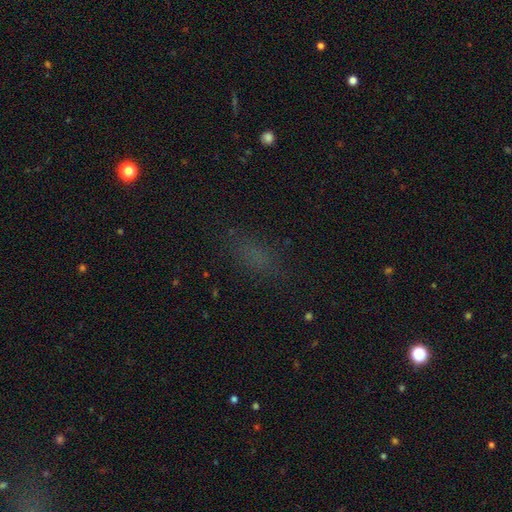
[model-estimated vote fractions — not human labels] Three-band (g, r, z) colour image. It shows a smooth galaxy with no disk features (60%) that is in between round and cigar-shaped (68%). Merging: none (72%).